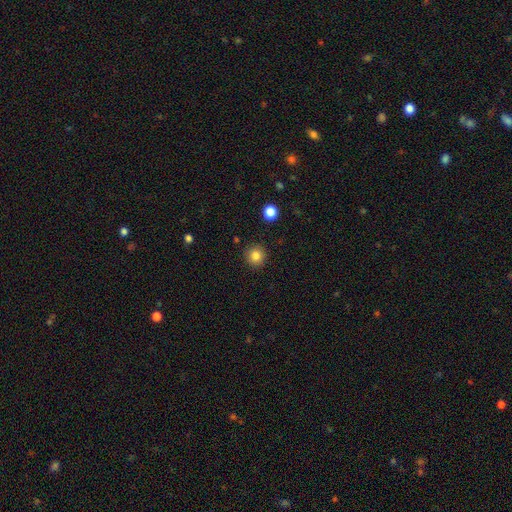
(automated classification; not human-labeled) The model was most divided on "smooth or featured": smooth: 83%, star or artifact: 11%, featured or disk: 5%. More confident: how rounded — round (94%); merging — none (91%).